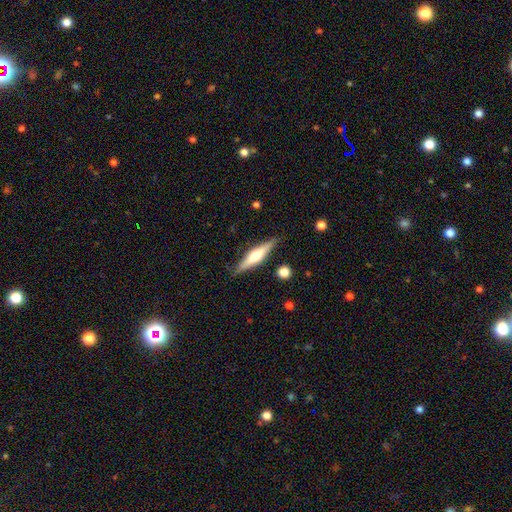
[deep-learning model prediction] Smooth or featured? Predicted: featured or disk (p=0.66). Edge-on disk? Predicted: yes (p=0.97). Edge-on bulge? Predicted: rounded (p=0.89). Merging? Predicted: none (p=0.87).